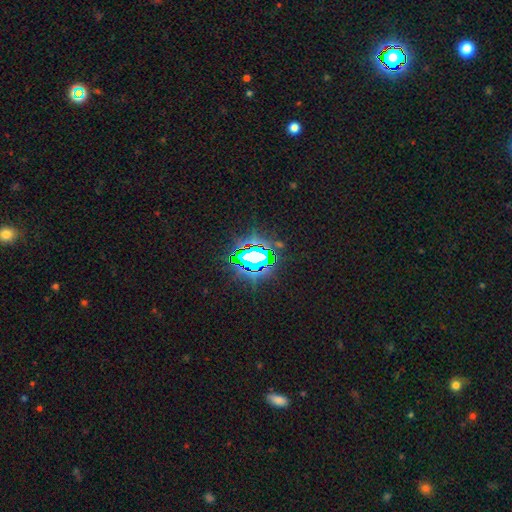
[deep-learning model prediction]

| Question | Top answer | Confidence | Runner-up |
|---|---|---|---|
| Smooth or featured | star or artifact | 74% | smooth (14%) |